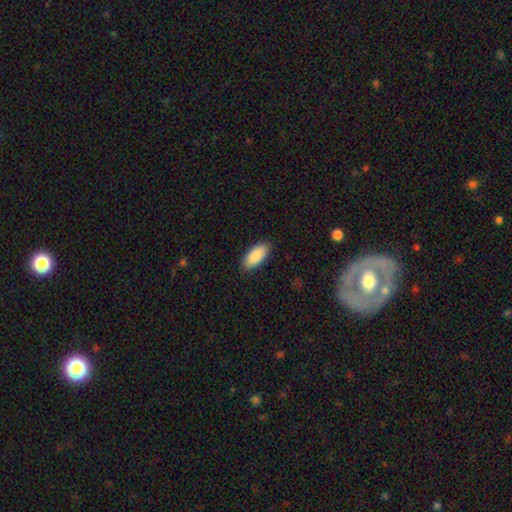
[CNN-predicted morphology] A smooth galaxy with no disk features (90%) that is in between round and cigar-shaped (91%). Merging: none (88%).